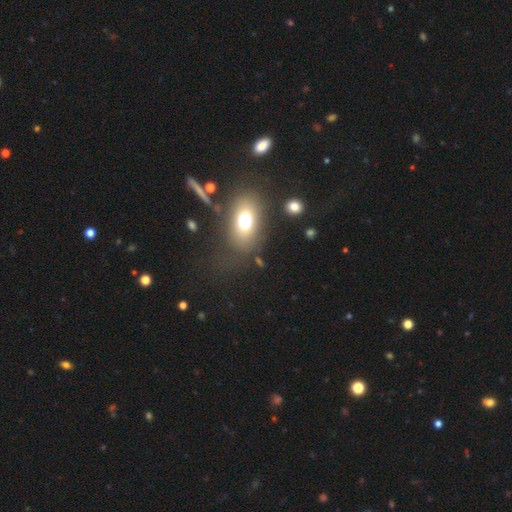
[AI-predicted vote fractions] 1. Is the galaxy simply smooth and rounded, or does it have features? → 63% smooth, 20% star or artifact, 17% featured or disk.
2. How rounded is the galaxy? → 77% in between, 19% round, 4% cigar-shaped.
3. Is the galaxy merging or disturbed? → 68% none, 15% minor disturbance, 10% major disturbance, 7% merger.